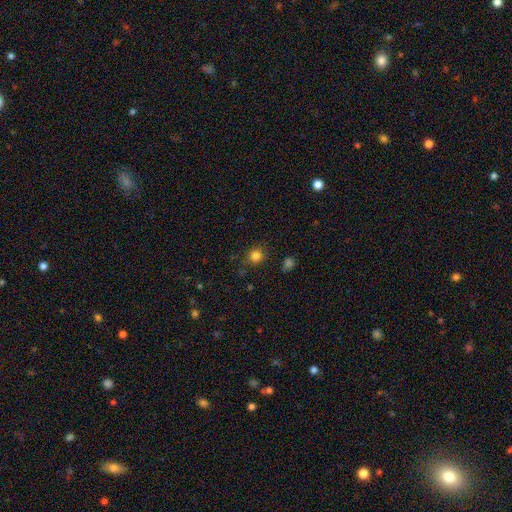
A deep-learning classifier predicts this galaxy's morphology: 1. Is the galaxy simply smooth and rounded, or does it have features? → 82% smooth, 14% star or artifact, 4% featured or disk.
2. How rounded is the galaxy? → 88% round, 11% in between, 1% cigar-shaped.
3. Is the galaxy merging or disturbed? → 84% none, 10% minor disturbance, 3% major disturbance, 3% merger.